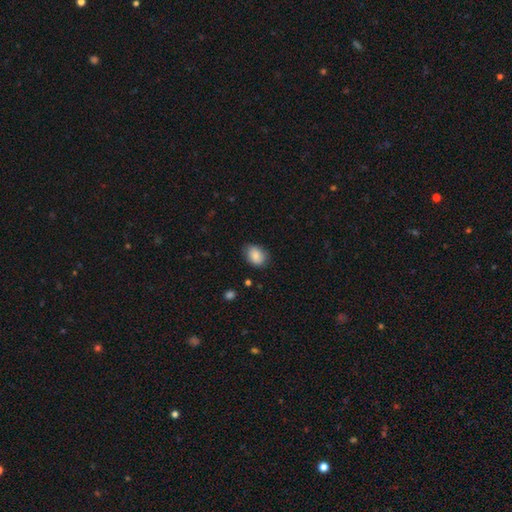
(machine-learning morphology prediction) smooth 84%, featured or disk 9%, star or artifact 7%. Down the decision tree: how rounded — in between (66%); merging — none (77%).